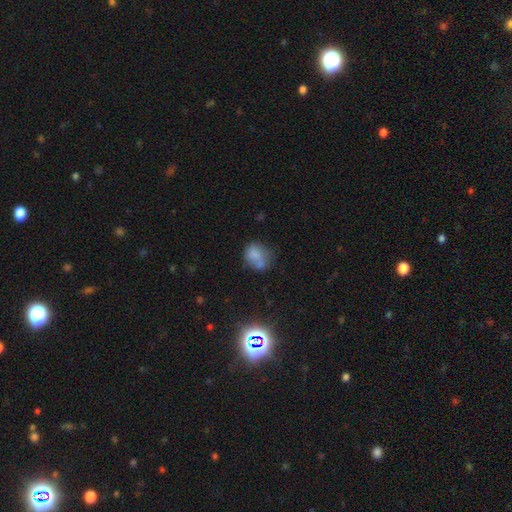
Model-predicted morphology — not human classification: The model was most divided on "how rounded": round: 53%, in between: 46%, cigar-shaped: 1%. Remaining: smooth or featured — smooth (71%); merging — none (42%).